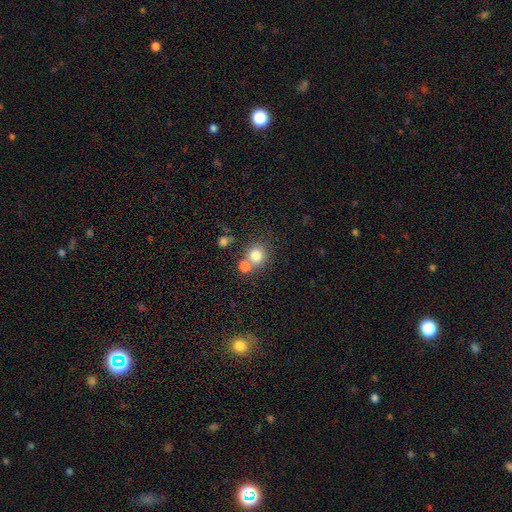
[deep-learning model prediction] A smooth galaxy with no disk features (80%) that is round (84%).

Vote fractions:
- Smooth or featured? smooth: 80% / star or artifact: 11% / featured or disk: 9%
- How rounded? round: 84% / in between: 15% / cigar-shaped: 1%
- Merging? none: 53% / merger: 35% / minor disturbance: 8% / major disturbance: 4%